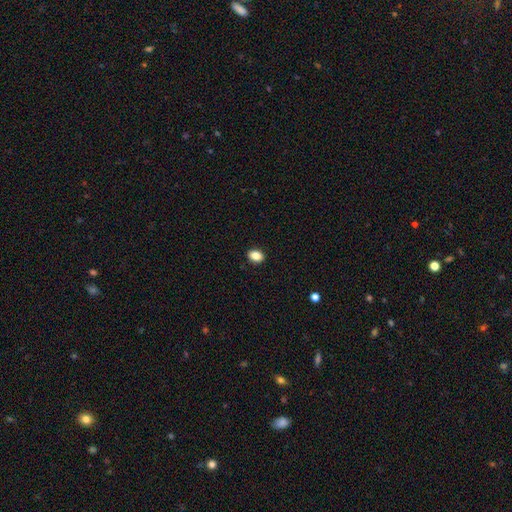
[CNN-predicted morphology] smooth 87%, star or artifact 9%, featured or disk 4%. Down the decision tree: how rounded — in between (71%); merging — none (91%).